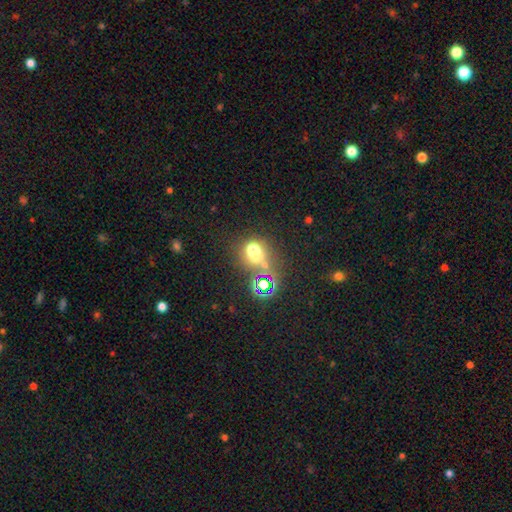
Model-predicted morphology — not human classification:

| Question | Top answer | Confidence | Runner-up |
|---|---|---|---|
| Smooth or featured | smooth | 50% | star or artifact (31%) |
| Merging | merger | 43% | none (41%) |